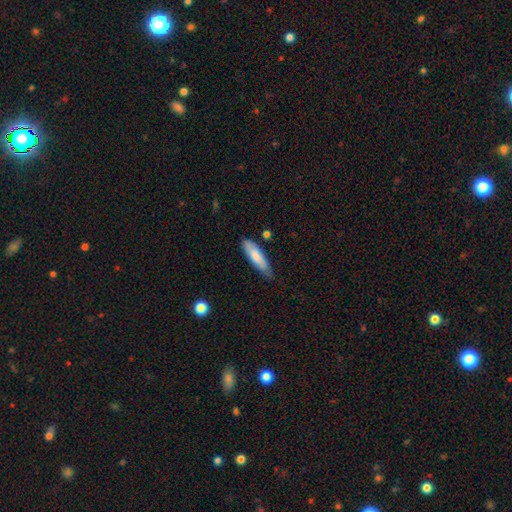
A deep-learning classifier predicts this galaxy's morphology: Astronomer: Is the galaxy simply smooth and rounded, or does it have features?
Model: smooth — 79%.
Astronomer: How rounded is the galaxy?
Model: cigar-shaped — 63%.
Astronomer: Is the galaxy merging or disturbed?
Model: none — 70%.